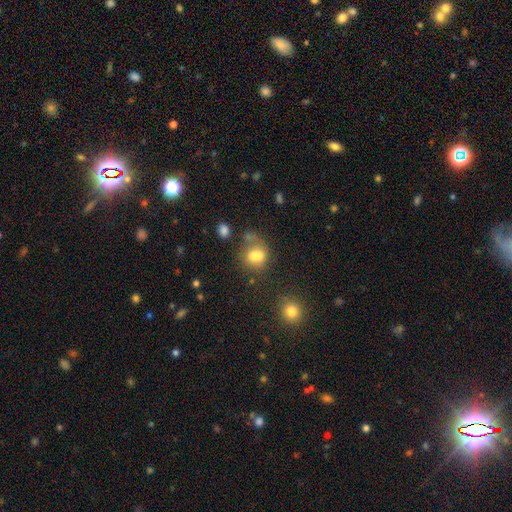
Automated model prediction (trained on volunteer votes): The model was most divided on "merging": merger: 47%, none: 31%, minor disturbance: 13%, major disturbance: 10%. More confident: smooth or featured — smooth (70%); how rounded — round (61%).